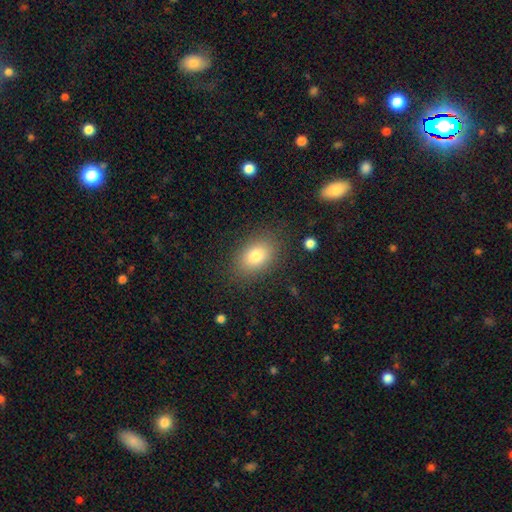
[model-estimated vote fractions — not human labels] smooth 80%, featured or disk 11%, star or artifact 10%. Down the decision tree: how rounded — in between (81%); merging — none (84%).